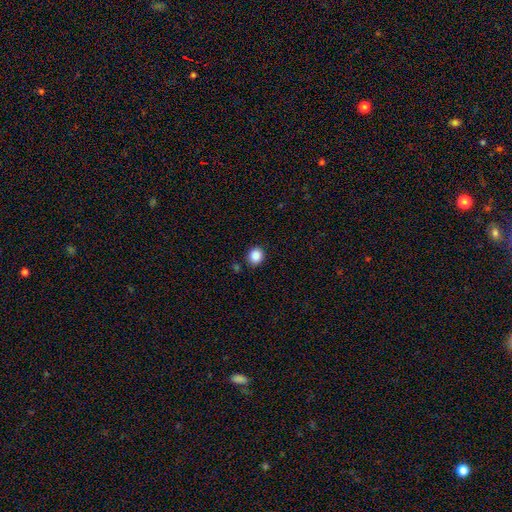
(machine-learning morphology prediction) Smooth or featured? smooth (88%)
How rounded? round (82%)
Merging? none (89%)